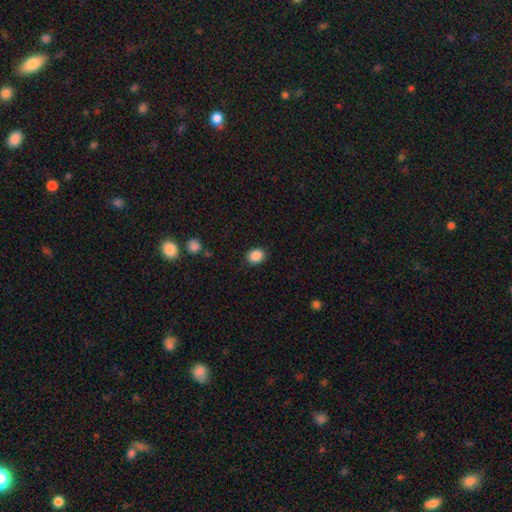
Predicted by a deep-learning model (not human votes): Q: Smooth or featured?
A: smooth (88%); runner-up: star or artifact (9%)
Q: How rounded?
A: round (61%); runner-up: in between (38%)
Q: Merging?
A: none (87%); runner-up: minor disturbance (10%)